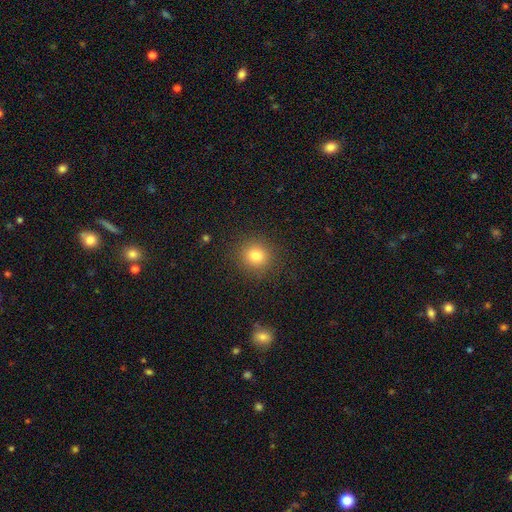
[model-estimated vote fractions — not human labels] Smooth or featured?
  - smooth: 80% *
  - star or artifact: 13%
  - featured or disk: 7%
How rounded?
  - round: 89% *
  - in between: 10%
  - cigar-shaped: 1%
Merging?
  - none: 89% *
  - minor disturbance: 7%
  - major disturbance: 3%
  - merger: 1%